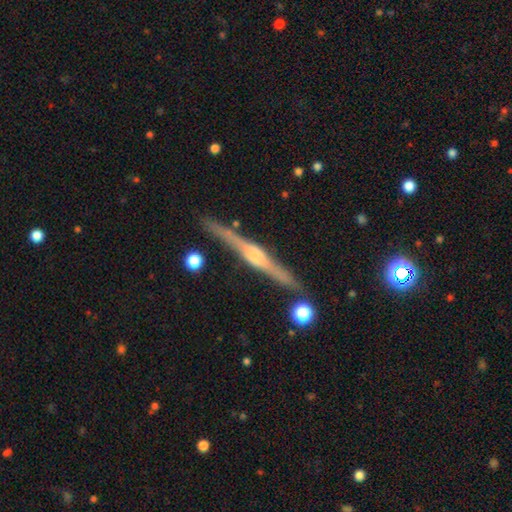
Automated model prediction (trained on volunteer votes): A featured or disk galaxy (84%) viewed edge-on (98%) with a rounded central bulge (79%).

Vote fractions:
- Smooth or featured? featured or disk: 84% / smooth: 10% / star or artifact: 5%
- Edge-on disk? yes: 98% / no: 2%
- Edge-on bulge? rounded: 79% / boxy: 14% / none: 7%
- Merging? none: 88% / minor disturbance: 8% / merger: 2% / major disturbance: 2%